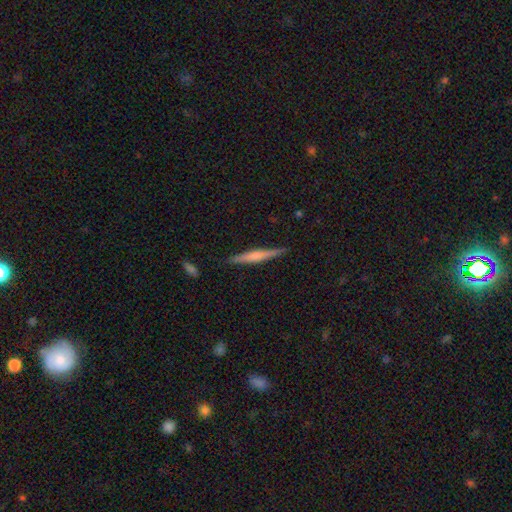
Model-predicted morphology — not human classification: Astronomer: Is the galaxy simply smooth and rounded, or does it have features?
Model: featured or disk — 54% (runner-up: smooth, 39%).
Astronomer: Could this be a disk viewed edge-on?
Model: yes — 98%.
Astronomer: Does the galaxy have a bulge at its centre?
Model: rounded — 49% (runner-up: none, 27%).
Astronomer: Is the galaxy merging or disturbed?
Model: none — 89%.